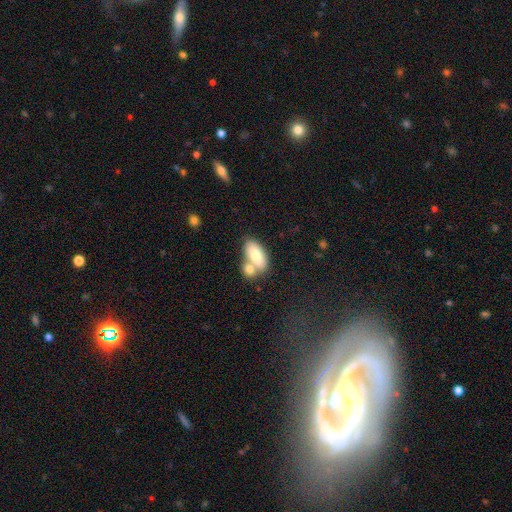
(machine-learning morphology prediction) smooth 76%, featured or disk 18%, star or artifact 6%. Down the decision tree: how rounded — in between (89%); merging — merger (46%).